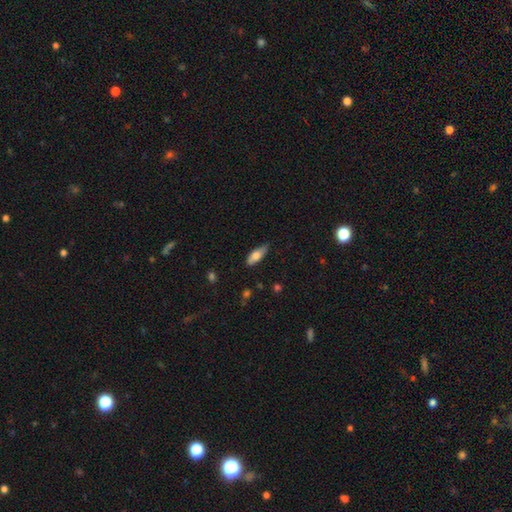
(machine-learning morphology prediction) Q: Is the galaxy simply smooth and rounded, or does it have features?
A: smooth — 70%.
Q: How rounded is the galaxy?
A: in between — 70%.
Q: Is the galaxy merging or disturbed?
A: none — 73%.